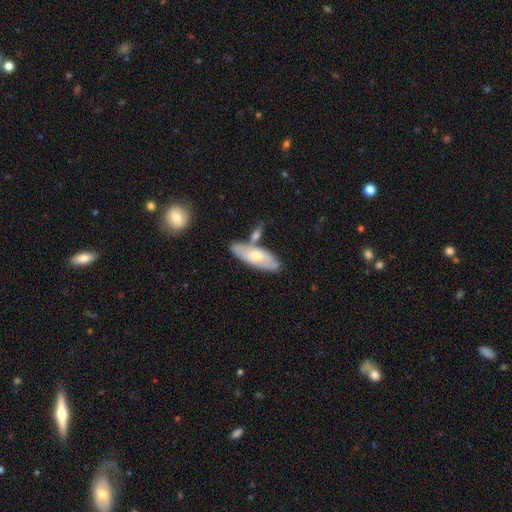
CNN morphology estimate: smooth-or-featured: smooth: 50% | featured or disk: 45% | star or artifact: 5%
  how-rounded: in between: 67% | cigar-shaped: 31% | round: 2%
  merging: none: 59% | merger: 22% | minor disturbance: 15% | major disturbance: 4%